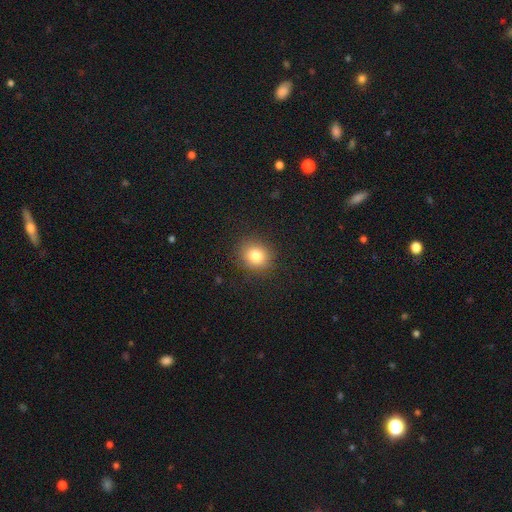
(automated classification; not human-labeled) Smooth or featured: smooth — 81% (star or artifact — 12%)
How rounded: round — 80% (in between — 20%)
Merging: none — 89% (minor disturbance — 8%)